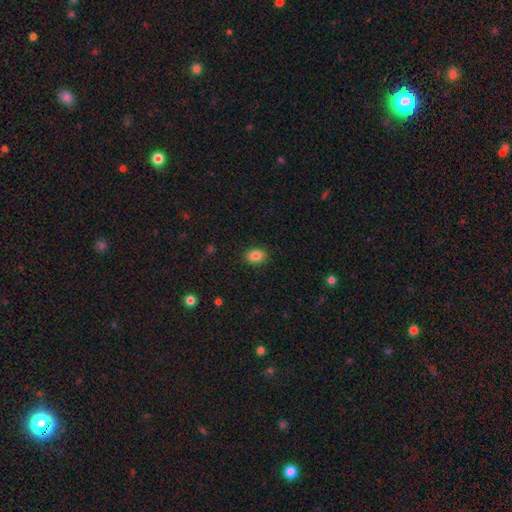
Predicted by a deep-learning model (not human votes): A smooth galaxy with no disk features (86%) that is in between round and cigar-shaped (66%). Merging: none (89%).